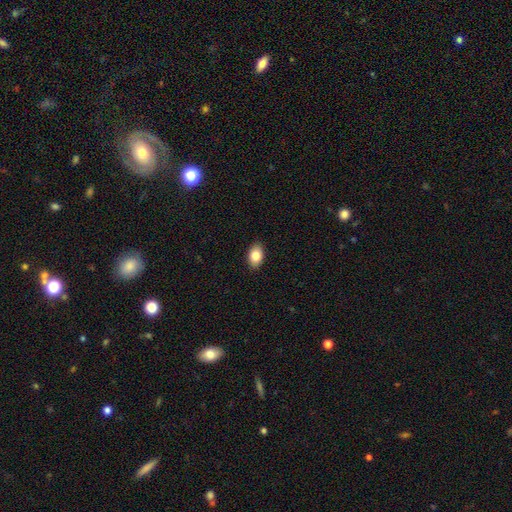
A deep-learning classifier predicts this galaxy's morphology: This is clearly a smooth galaxy (83%). How rounded: clearly in between (87%). Merging: clearly none (89%).